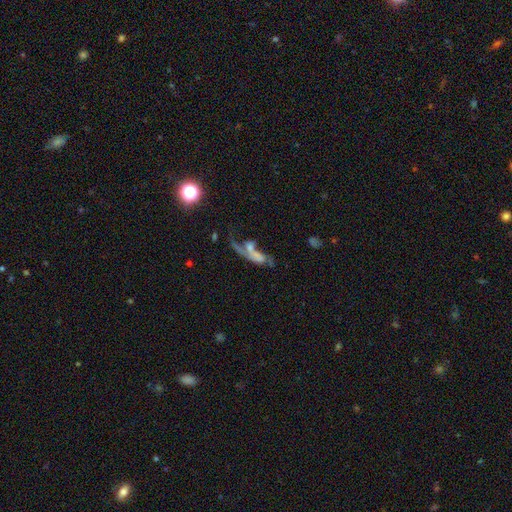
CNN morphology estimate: Q: Smooth or featured?
A: featured or disk (51%); runner-up: smooth (36%)
Q: Edge-on disk?
A: no (87%); runner-up: yes (13%)
Q: Merging?
A: merger (49%); runner-up: major disturbance (26%)